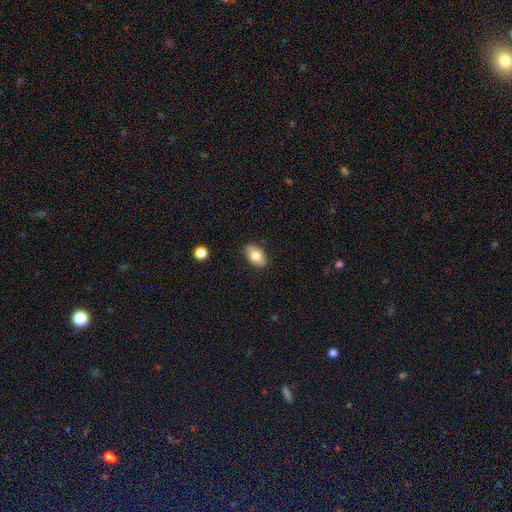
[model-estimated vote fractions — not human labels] Smooth or featured: smooth — 78% (featured or disk — 15%)
How rounded: in between — 90% (round — 9%)
Merging: none — 85% (minor disturbance — 12%)